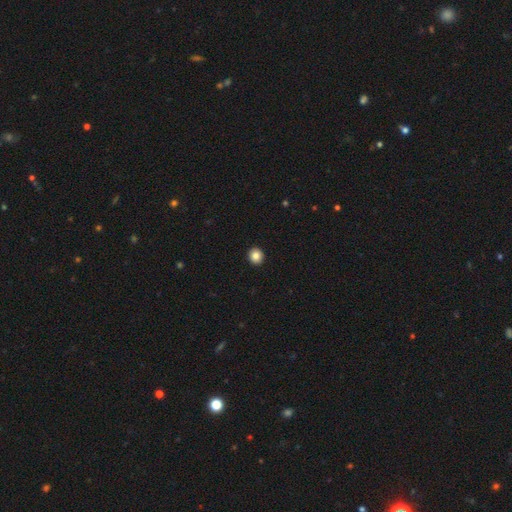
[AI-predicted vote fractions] smooth_or_featured: smooth (p=0.85) [alt: star or artifact p=0.09]
how_rounded: round (p=0.86) [alt: in between p=0.13]
merging: none (p=0.94) [alt: minor disturbance p=0.04]